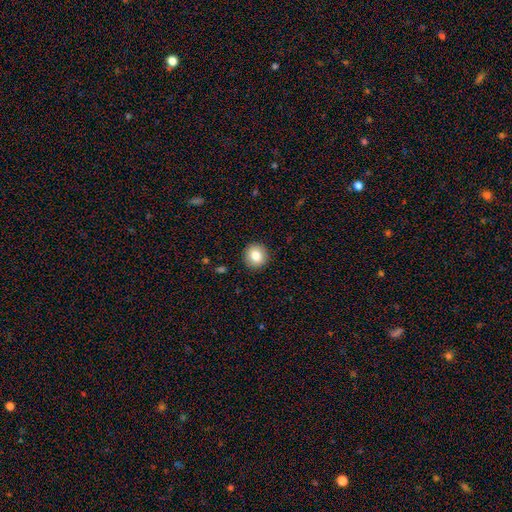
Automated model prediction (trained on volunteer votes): smooth-or-featured: smooth: 83% | star or artifact: 9% | featured or disk: 8%
  how-rounded: round: 92% | in between: 8% | cigar-shaped: 1%
  merging: none: 91% | minor disturbance: 6% | major disturbance: 2% | merger: 1%